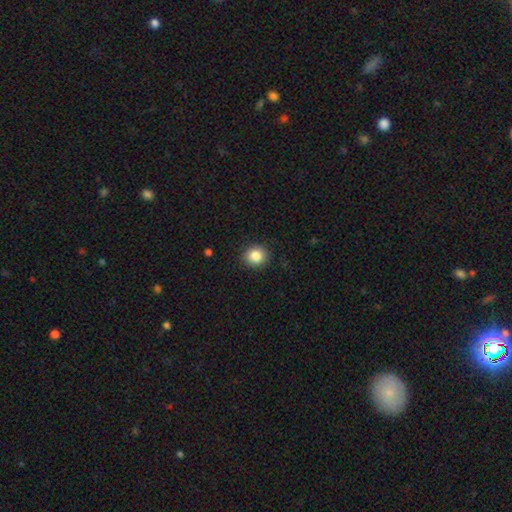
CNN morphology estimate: smooth-or-featured: smooth: 86% | star or artifact: 9% | featured or disk: 5%
  how-rounded: round: 87% | in between: 12% | cigar-shaped: 1%
  merging: none: 91% | minor disturbance: 6% | major disturbance: 2% | merger: 1%